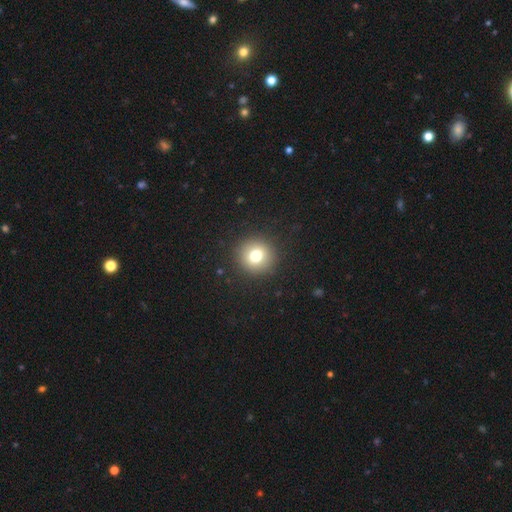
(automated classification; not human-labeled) Morphology: type=smooth (76%); roundness=round (94%); merging=none (92%).